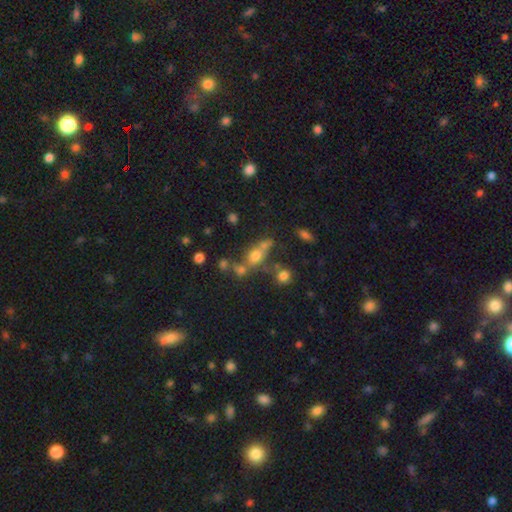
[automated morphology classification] This appears to be a smooth galaxy with no disk features (62%) that is in between round and cigar-shaped (47%). Merging: none (41%).